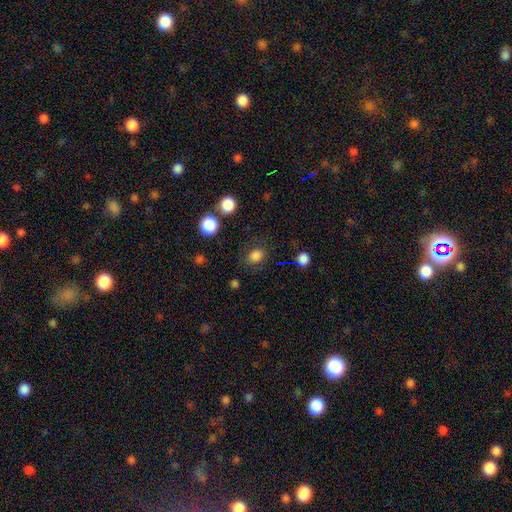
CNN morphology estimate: type=smooth (82%); roundness=in between (56%); merging=none (78%).